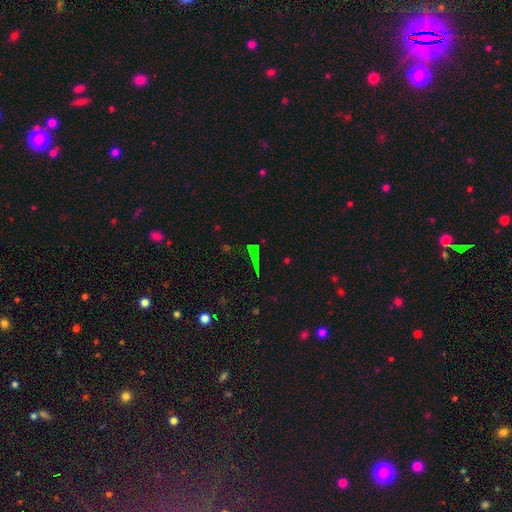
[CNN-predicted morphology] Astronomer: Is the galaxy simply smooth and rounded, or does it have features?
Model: star or artifact — 66%.